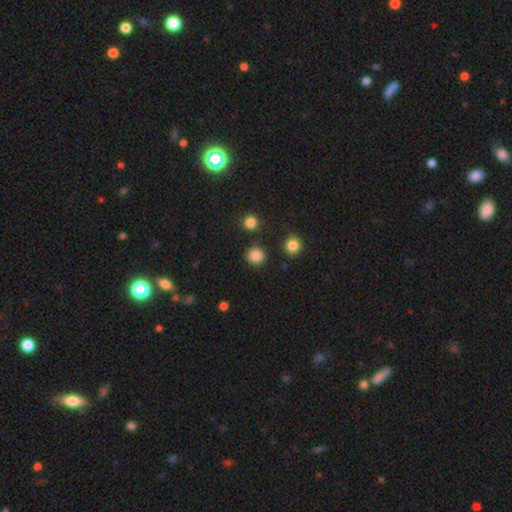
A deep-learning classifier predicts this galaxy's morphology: type=smooth (86%); roundness=round (91%); merging=none (87%).